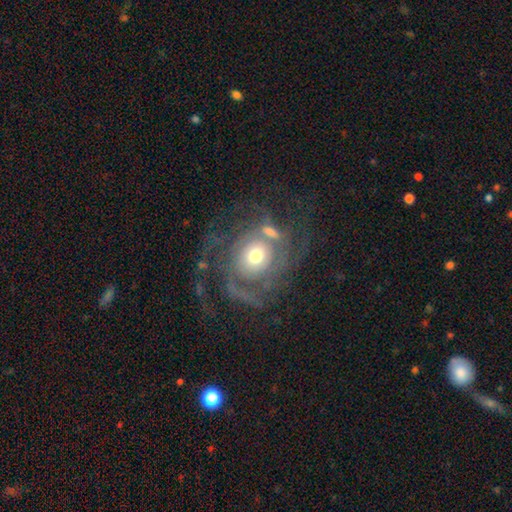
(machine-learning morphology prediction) The model was most divided on "spiral arm count": can't tell: 36%, 2: 26%, 3: 15%, 1: 10%, 4: 7%, more than 4: 6%. Remaining: edge-on disk — no (97%); bar — no (81%); spiral arms — yes (80%); smooth or featured — featured or disk (76%); bulge size — moderate (64%); spiral winding — tight (48%); merging — none (44%).